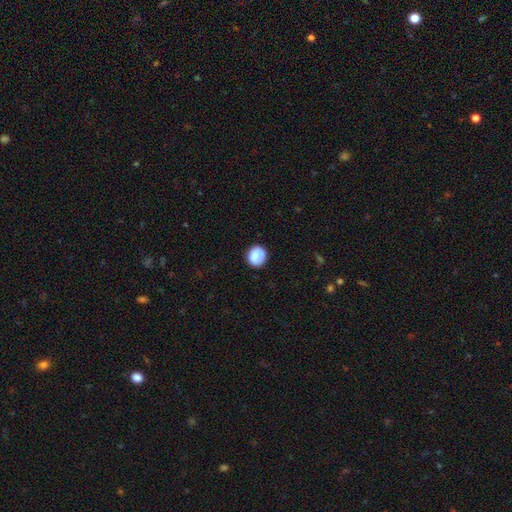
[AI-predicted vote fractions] This appears to be a smooth galaxy with no disk features (80%) that is round (84%). Merging: none (79%).